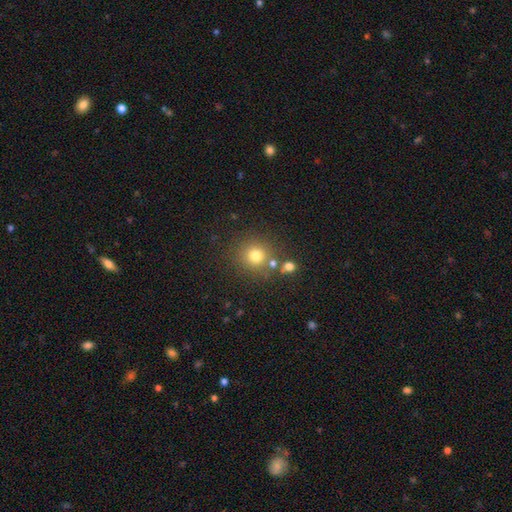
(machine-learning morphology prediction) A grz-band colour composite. It shows a smooth galaxy with no disk features (76%) that is round (91%). Merging: none (78%).